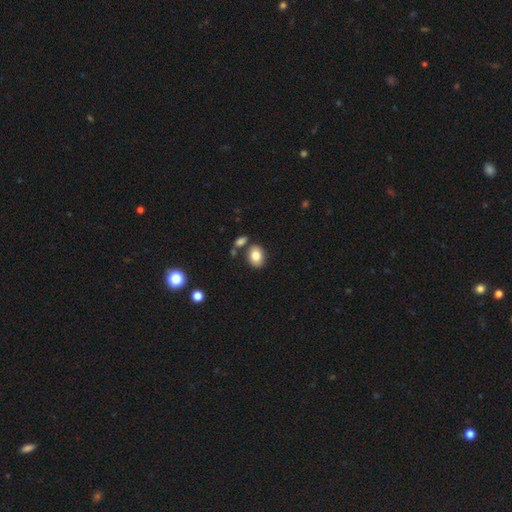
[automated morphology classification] smooth_or_featured: smooth (p=0.83) [alt: featured or disk p=0.09]
how_rounded: in between (p=0.70) [alt: round p=0.29]
merging: none (p=0.75) [alt: merger p=0.11]